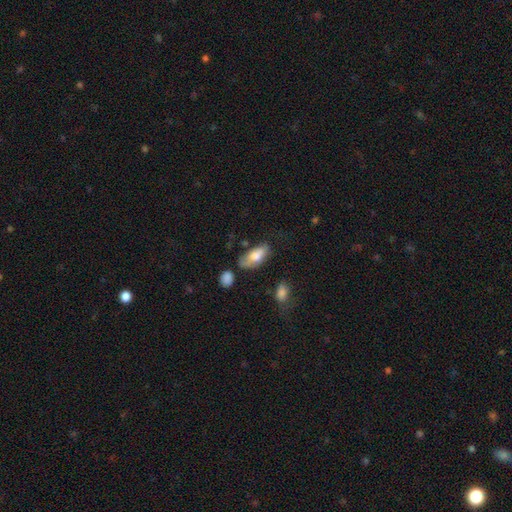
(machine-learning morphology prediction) A smooth galaxy with no disk features (72%) that is in between round and cigar-shaped (87%). Merging: none (45%).